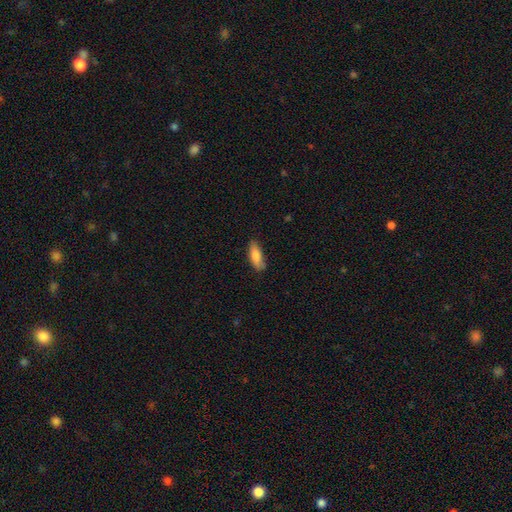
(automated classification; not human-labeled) This appears to be a smooth galaxy with no disk features (82%) that is in between round and cigar-shaped (65%). Merging: none (78%).